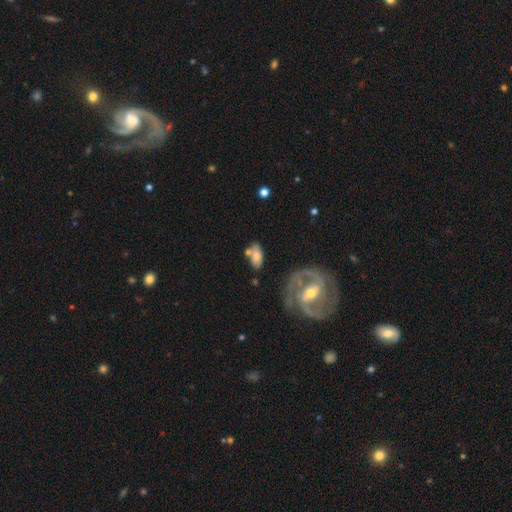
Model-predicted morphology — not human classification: Smooth or featured? smooth (65%)
How rounded? in between (89%)
Merging? none (58%)